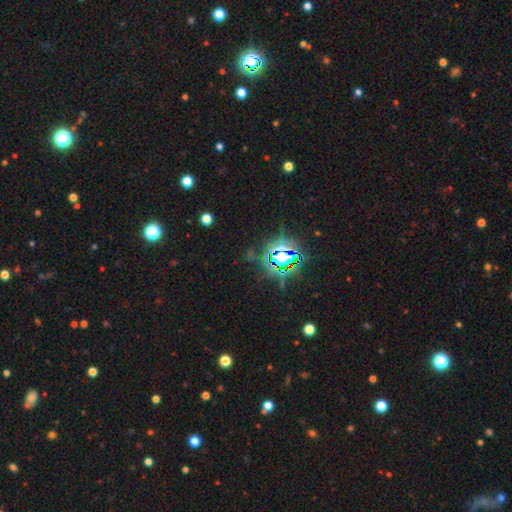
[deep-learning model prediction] smooth_or_featured: star or artifact (p=0.82) [alt: smooth p=0.11]